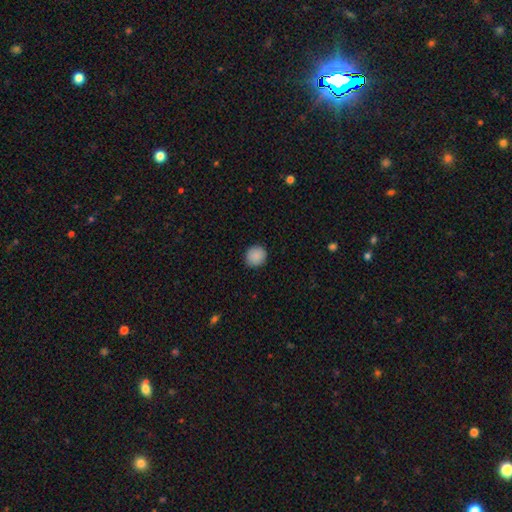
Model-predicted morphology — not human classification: Overall: smooth (89%). How rounded: round (87%). Merging: none (90%).